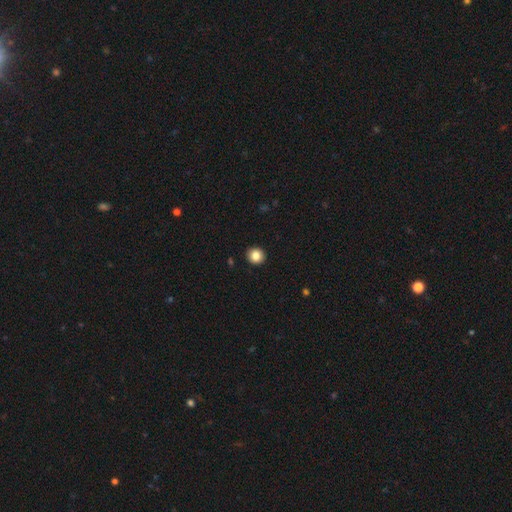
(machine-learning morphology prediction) A smooth galaxy with no disk features (84%) that is round (88%). Merging: none (93%).